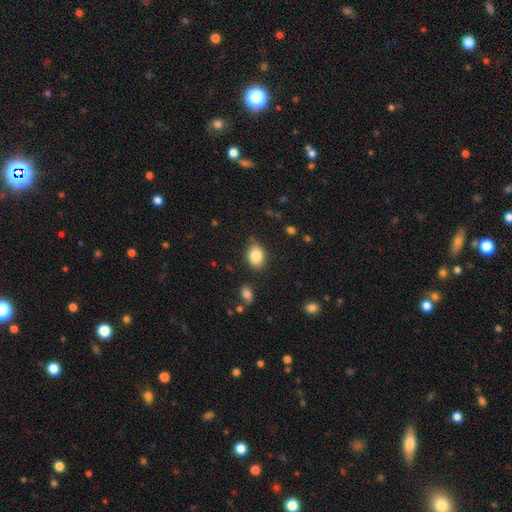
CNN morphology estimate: This is clearly a smooth galaxy (85%). How rounded: likely in between (72%). Merging: likely none (78%).